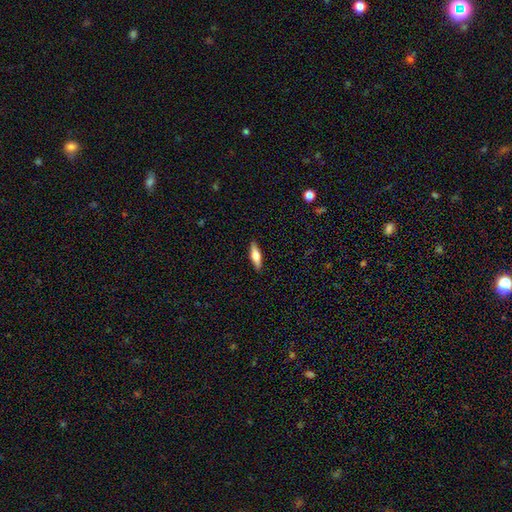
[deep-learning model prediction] smooth-or-featured: smooth: 57% | featured or disk: 37% | star or artifact: 6%
  how-rounded: cigar-shaped: 61% | in between: 37% | round: 2%
  merging: none: 89% | minor disturbance: 8% | major disturbance: 2% | merger: 1%